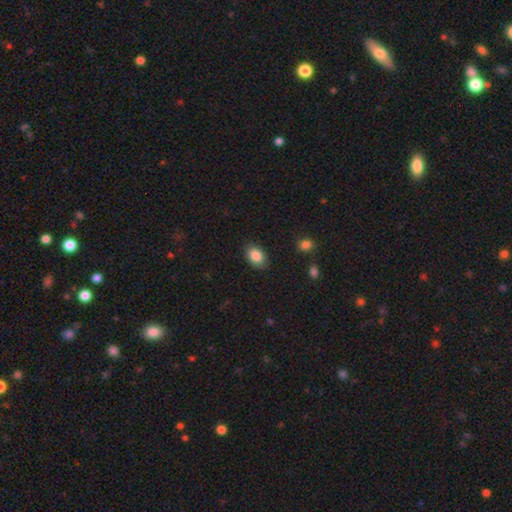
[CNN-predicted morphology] smooth 87%, star or artifact 8%, featured or disk 5%. Down the decision tree: how rounded — in between (81%); merging — none (85%).